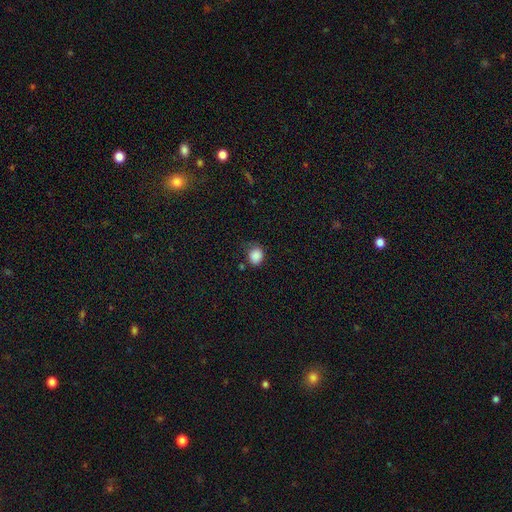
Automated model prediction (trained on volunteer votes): smooth-or-featured: smooth: 87% | star or artifact: 10% | featured or disk: 3%
  how-rounded: round: 70% | in between: 29% | cigar-shaped: 1%
  merging: none: 65% | minor disturbance: 25% | major disturbance: 7% | merger: 3%